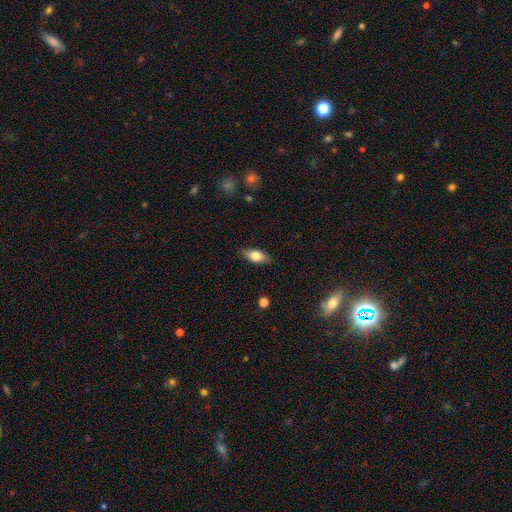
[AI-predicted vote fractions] The model was most divided on "smooth or featured": smooth: 71%, featured or disk: 22%, star or artifact: 7%. More confident: merging — none (85%); how rounded — in between (82%).